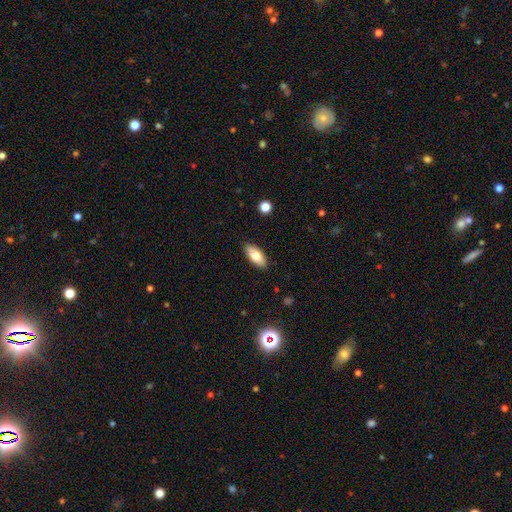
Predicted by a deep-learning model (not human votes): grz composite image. It shows a smooth galaxy with no disk features (79%) that is in between round and cigar-shaped (87%). Merging: none (88%).